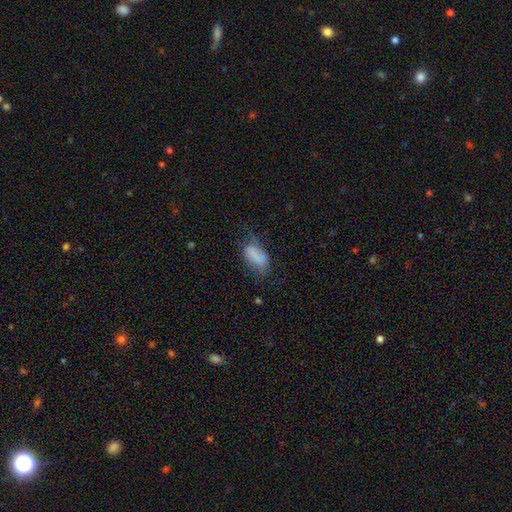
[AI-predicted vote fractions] smooth_or_featured: smooth (p=0.67) [alt: featured or disk p=0.23]
how_rounded: in between (p=0.92) [alt: round p=0.05]
merging: none (p=0.35) [alt: minor disturbance p=0.32]